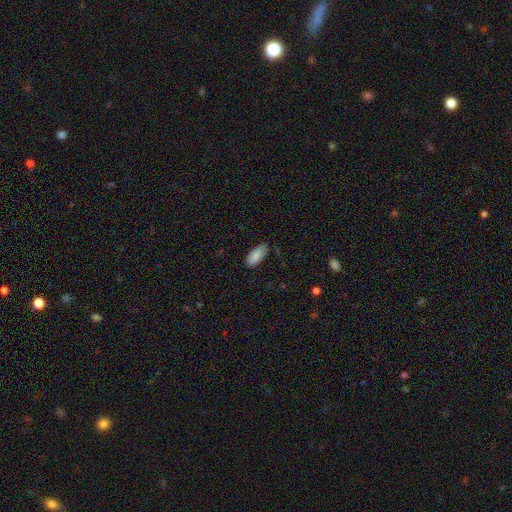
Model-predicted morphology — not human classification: Smooth or featured? smooth (88%)
How rounded? in between (88%)
Merging? none (74%)